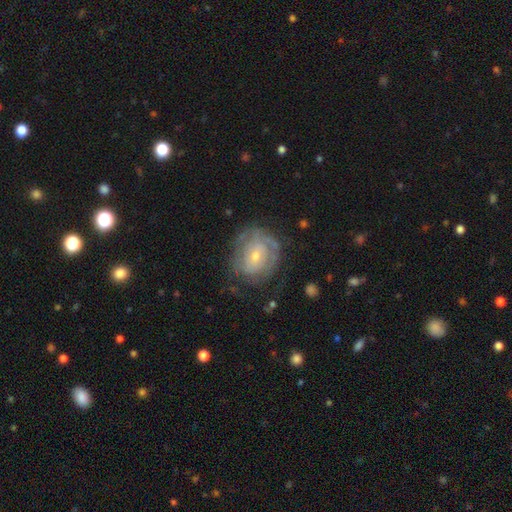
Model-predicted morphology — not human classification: smooth-or-featured: featured or disk: 71% | smooth: 21% | star or artifact: 7%
  disk-edge-on: no: 97% | yes: 3%
    bar: no: 64% | weak: 29% | strong: 7%
    has-spiral-arms: yes: 79% | no: 21%
      spiral-winding: tight: 68% | medium: 23% | loose: 9%
      spiral-arm-count: can't tell: 52% | 2: 24% | 3: 10% | 1: 6% | 4: 5% | more than 4: 3%
    bulge-size: small: 62% | moderate: 34% | large: 2% | none: 2% | dominant: 1%
  merging: none: 66% | minor disturbance: 21% | major disturbance: 12% | merger: 1%